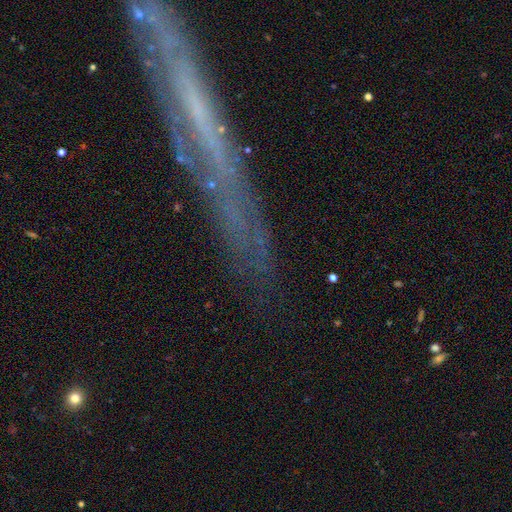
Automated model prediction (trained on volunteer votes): Overall: featured or disk (50%; smooth 25%). Edge-on disk: no (50%, tied with yes). Merging: none (66%).